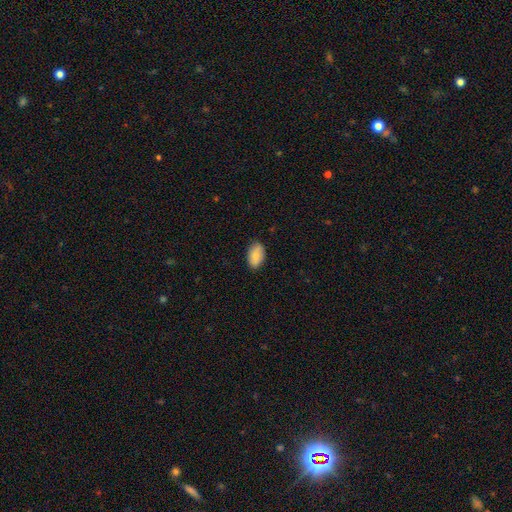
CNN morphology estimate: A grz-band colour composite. It shows a smooth galaxy with no disk features (83%) that is in between round and cigar-shaped (93%). Merging: none (85%).